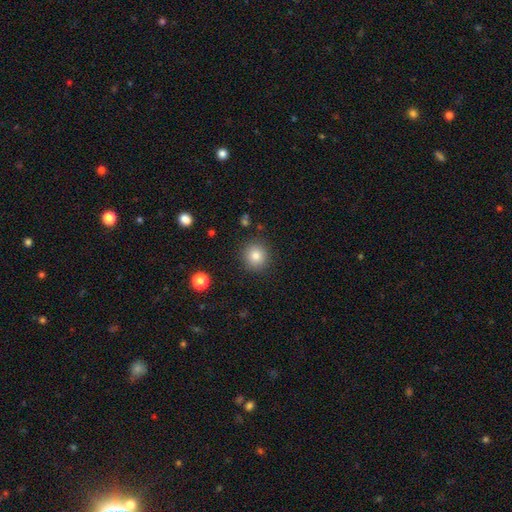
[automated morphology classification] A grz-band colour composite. It shows a smooth galaxy with no disk features (82%) that is round (91%). Merging: none (89%).